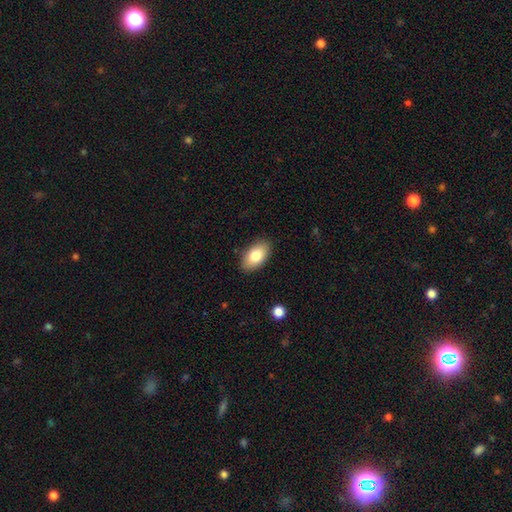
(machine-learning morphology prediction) This appears to be a smooth galaxy with no disk features (80%) that is in between round and cigar-shaped (94%). Merging: none (87%).